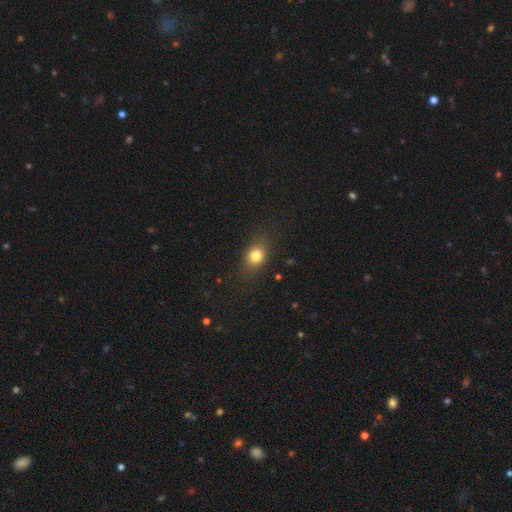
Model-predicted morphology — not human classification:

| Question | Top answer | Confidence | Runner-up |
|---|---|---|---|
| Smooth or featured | smooth | 79% | star or artifact (12%) |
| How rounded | in between | 52% | round (46%) |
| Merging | none | 82% | minor disturbance (12%) |